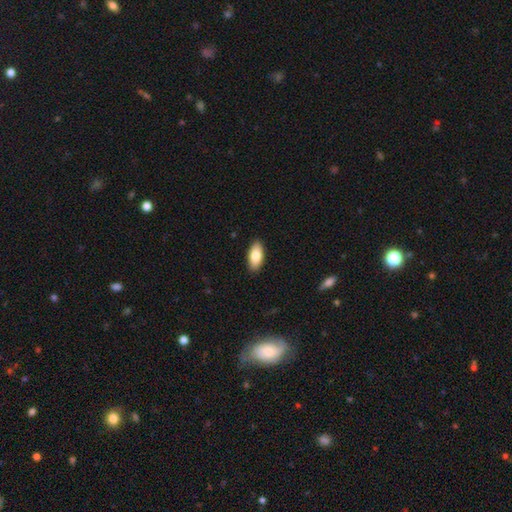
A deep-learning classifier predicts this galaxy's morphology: This is clearly a smooth galaxy (82%). How rounded: clearly in between (91%). Merging: clearly none (90%).